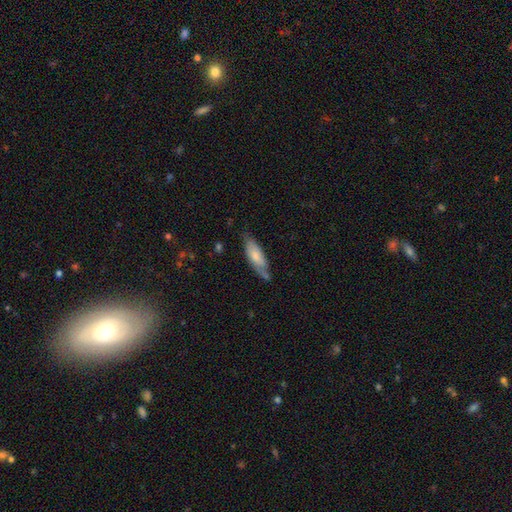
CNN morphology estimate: Smooth or featured? Predicted: smooth (p=0.63). How rounded? Predicted: in between (p=0.56). Merging? Predicted: none (p=0.60).